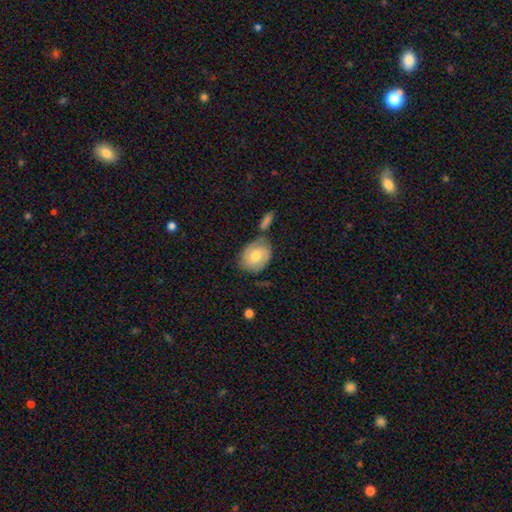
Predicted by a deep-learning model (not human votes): Q: Smooth or featured?
A: featured or disk (48%); runner-up: smooth (45%)
Q: Merging?
A: none (61%); runner-up: minor disturbance (20%)